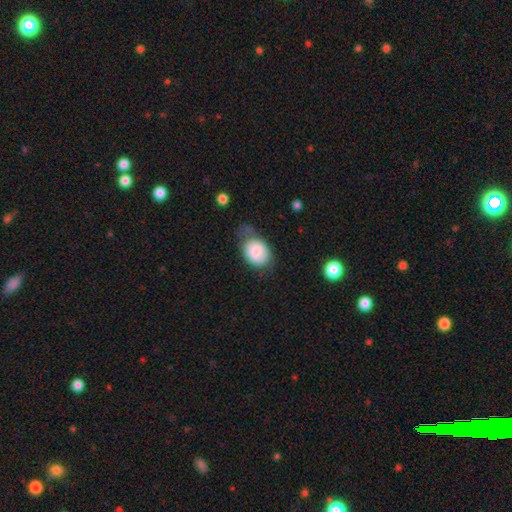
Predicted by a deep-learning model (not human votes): Morphology: type=smooth (80%); roundness=in between (62%); merging=none (41%).